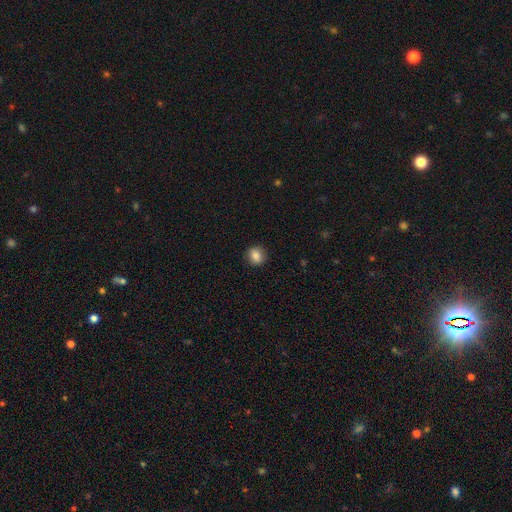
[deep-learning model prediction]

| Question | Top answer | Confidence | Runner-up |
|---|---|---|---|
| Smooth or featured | smooth | 83% | star or artifact (9%) |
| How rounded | round | 79% | in between (20%) |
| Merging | none | 88% | minor disturbance (9%) |